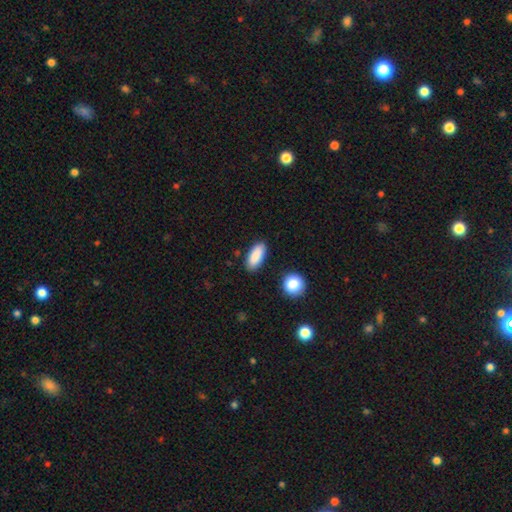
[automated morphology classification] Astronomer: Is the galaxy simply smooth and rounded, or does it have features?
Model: smooth — 88%.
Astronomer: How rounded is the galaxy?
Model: in between — 83%.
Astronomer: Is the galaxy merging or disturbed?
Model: none — 85%.